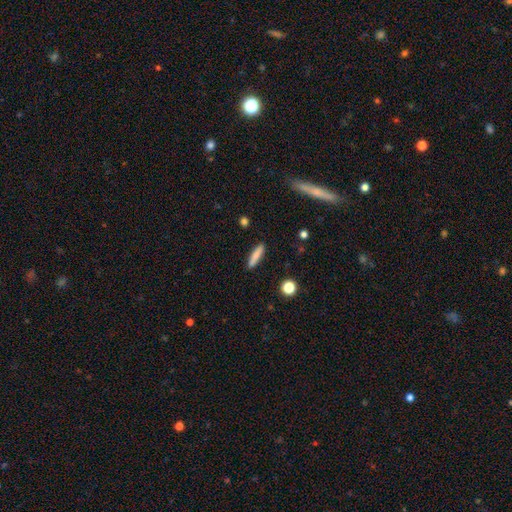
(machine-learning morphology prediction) Smooth or featured?
  - smooth: 81% *
  - featured or disk: 12%
  - star or artifact: 7%
How rounded?
  - cigar-shaped: 82% *
  - in between: 16%
  - round: 2%
Merging?
  - none: 89% *
  - minor disturbance: 8%
  - major disturbance: 2%
  - merger: 2%